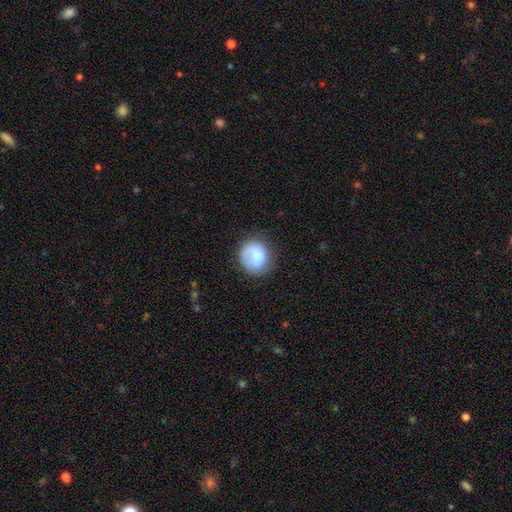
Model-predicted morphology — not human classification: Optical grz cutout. It shows a smooth galaxy with no disk features (77%) that is round (79%). Merging: none (73%).